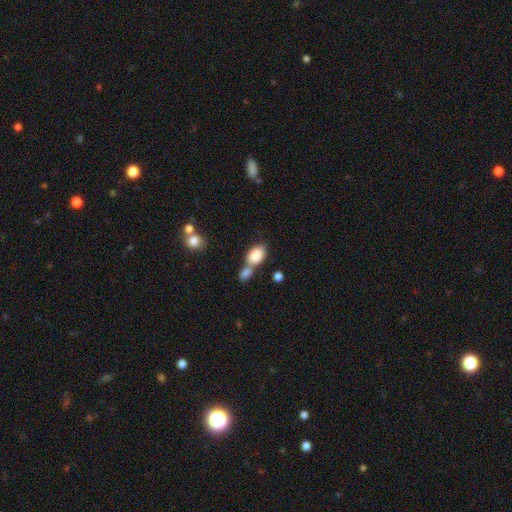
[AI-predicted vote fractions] Morphology: type=smooth (84%); roundness=in between (87%); merging=merger (56%).